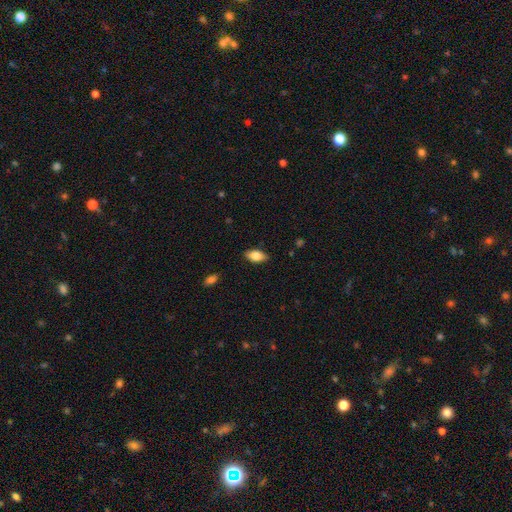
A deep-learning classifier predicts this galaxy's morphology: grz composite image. It shows a smooth galaxy with no disk features (80%) that is in between round and cigar-shaped (91%). Merging: none (86%).